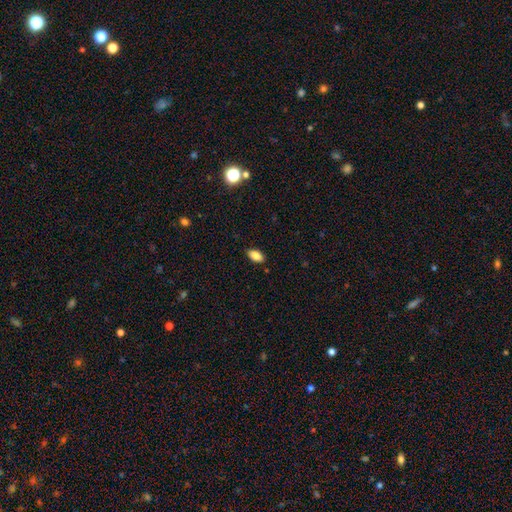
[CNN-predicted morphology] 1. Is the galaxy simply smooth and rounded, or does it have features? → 85% smooth, 9% star or artifact, 7% featured or disk.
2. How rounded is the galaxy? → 92% in between, 4% cigar-shaped, 4% round.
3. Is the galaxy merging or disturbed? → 87% none, 10% minor disturbance, 2% major disturbance, 1% merger.